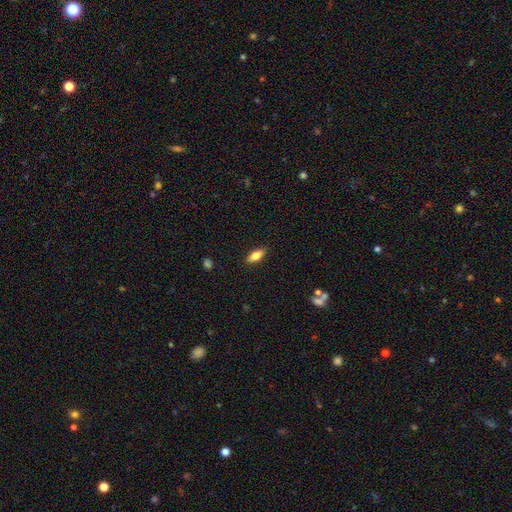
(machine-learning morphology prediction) A smooth galaxy with no disk features (76%) that is in between round and cigar-shaped (80%).

Vote fractions:
- Smooth or featured? smooth: 76% / featured or disk: 16% / star or artifact: 8%
- How rounded? in between: 80% / cigar-shaped: 17% / round: 3%
- Merging? none: 88% / minor disturbance: 9% / major disturbance: 2% / merger: 1%